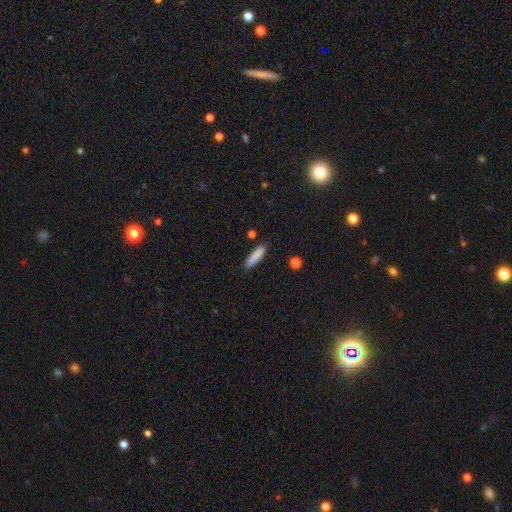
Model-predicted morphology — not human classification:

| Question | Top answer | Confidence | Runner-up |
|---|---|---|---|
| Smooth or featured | smooth | 86% | featured or disk (7%) |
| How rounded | cigar-shaped | 80% | in between (19%) |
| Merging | none | 87% | minor disturbance (9%) |